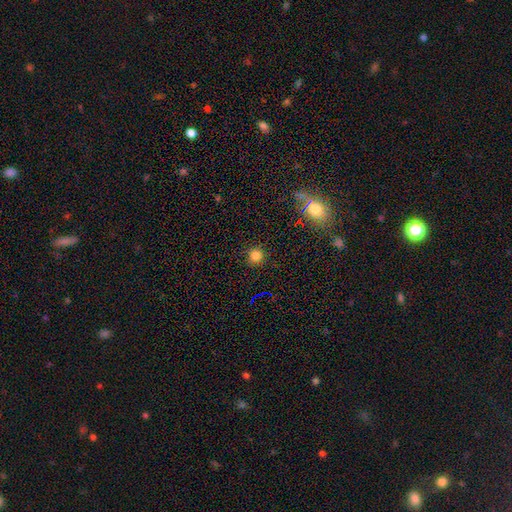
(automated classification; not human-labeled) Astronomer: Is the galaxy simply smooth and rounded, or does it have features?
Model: smooth — 80%.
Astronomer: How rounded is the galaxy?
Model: round — 94%.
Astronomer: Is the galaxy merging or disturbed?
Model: none — 90%.